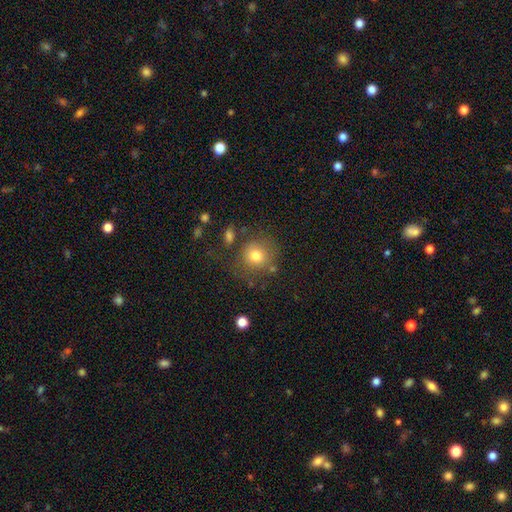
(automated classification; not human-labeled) Smooth or featured? smooth (76%)
How rounded? round (87%)
Merging? none (70%)